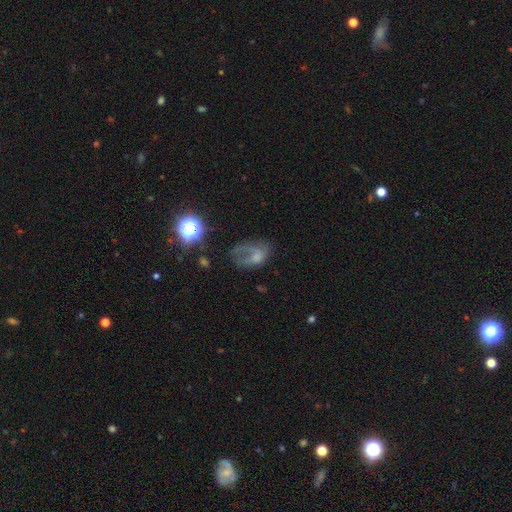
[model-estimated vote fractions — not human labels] smooth 44%, featured or disk 38%, star or artifact 17%. Down the decision tree: merging — major disturbance (46%).